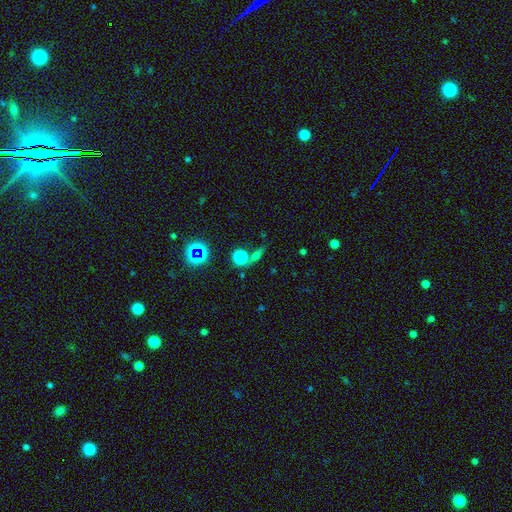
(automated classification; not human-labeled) Smooth or featured? smooth (48%)
Merging? none (62%)